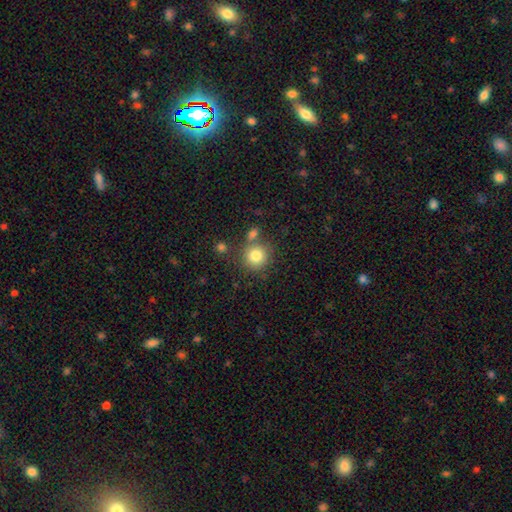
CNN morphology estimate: A smooth galaxy with no disk features (81%) that is round (91%). Merging: none (71%).